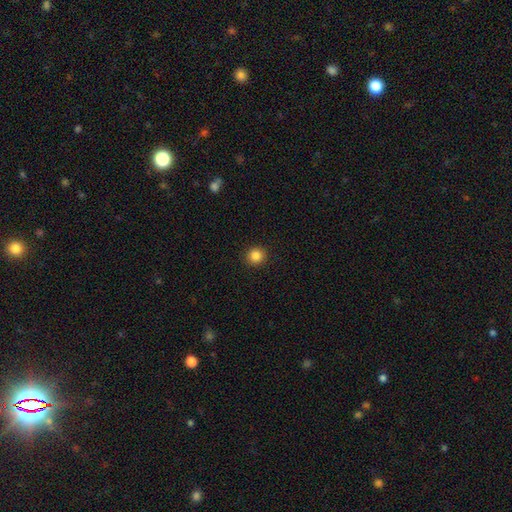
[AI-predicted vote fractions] Overall: smooth (86%). How rounded: round (93%). Merging: none (92%).